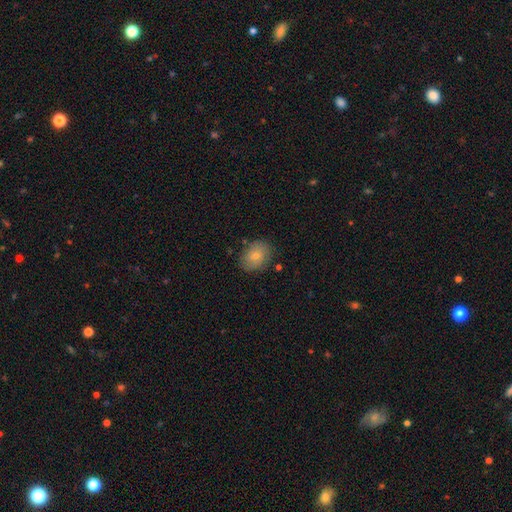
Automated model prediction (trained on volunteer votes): A smooth galaxy with no disk features (79%) that is in between round and cigar-shaped (67%). Merging: none (79%).